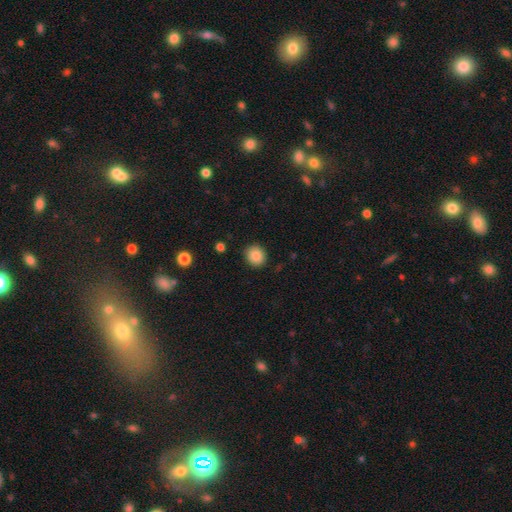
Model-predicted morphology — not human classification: type=smooth (87%); roundness=round (83%); merging=none (90%).